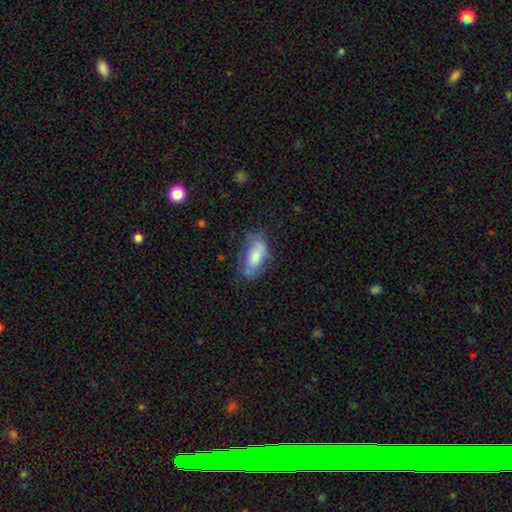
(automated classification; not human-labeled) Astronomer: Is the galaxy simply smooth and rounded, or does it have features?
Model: smooth — 67%.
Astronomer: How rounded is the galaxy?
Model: in between — 88%.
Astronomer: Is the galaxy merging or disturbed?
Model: none — 55%.